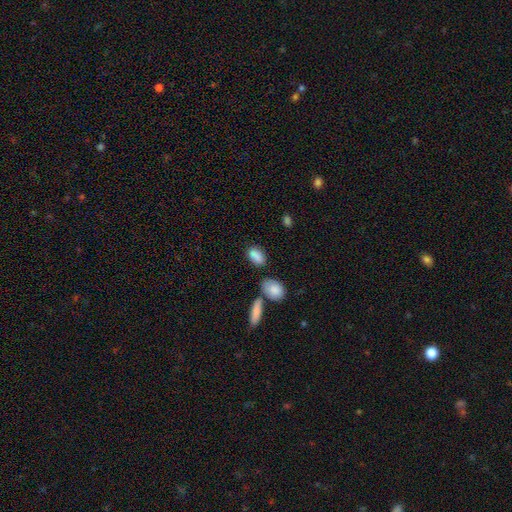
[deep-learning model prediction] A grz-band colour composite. It shows a smooth galaxy with no disk features (85%) that is in between round and cigar-shaped (87%). Merging: none (65%).